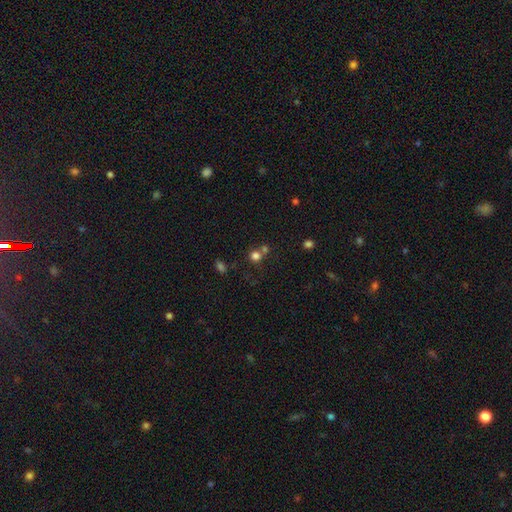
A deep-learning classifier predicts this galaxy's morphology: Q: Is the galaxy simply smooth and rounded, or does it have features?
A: smooth — 75%.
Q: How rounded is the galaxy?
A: round — 88%.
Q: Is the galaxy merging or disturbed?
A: none — 57%.